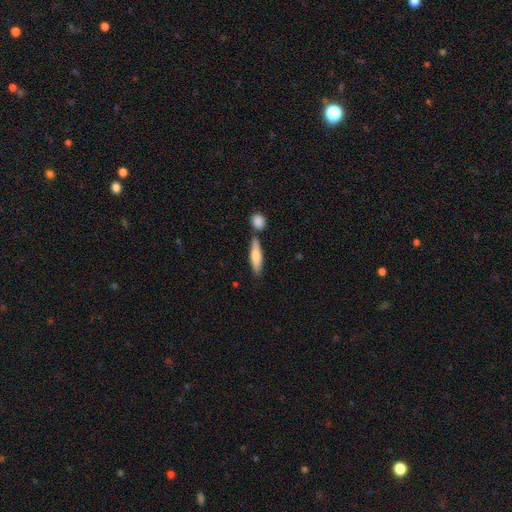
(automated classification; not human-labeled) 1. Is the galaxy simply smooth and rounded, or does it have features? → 70% smooth, 24% featured or disk, 6% star or artifact.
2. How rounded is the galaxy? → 65% cigar-shaped, 32% in between, 2% round.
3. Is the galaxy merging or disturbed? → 70% none, 14% merger, 13% minor disturbance, 3% major disturbance.